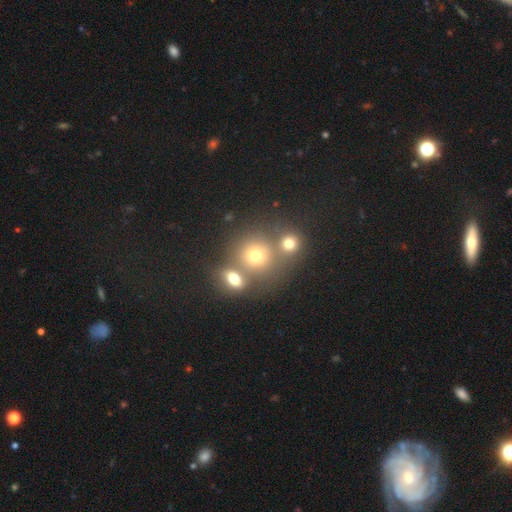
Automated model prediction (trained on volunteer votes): smooth 70%, star or artifact 17%, featured or disk 13%. Down the decision tree: how rounded — round (83%); merging — none (50%).